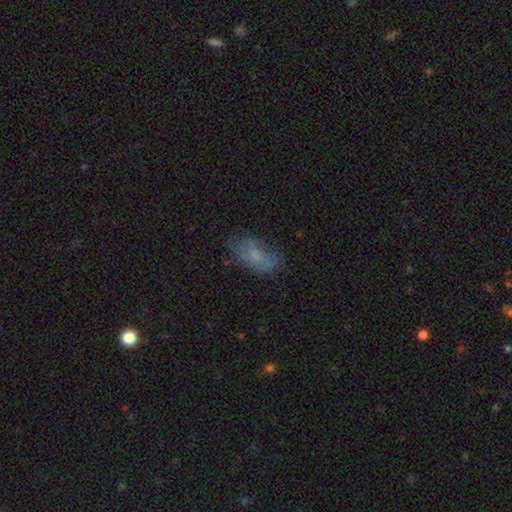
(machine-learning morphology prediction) Smooth or featured?
  - smooth: 63% *
  - featured or disk: 26%
  - star or artifact: 10%
How rounded?
  - in between: 91% *
  - round: 5%
  - cigar-shaped: 4%
Merging?
  - none: 57% *
  - minor disturbance: 28%
  - major disturbance: 12%
  - merger: 3%